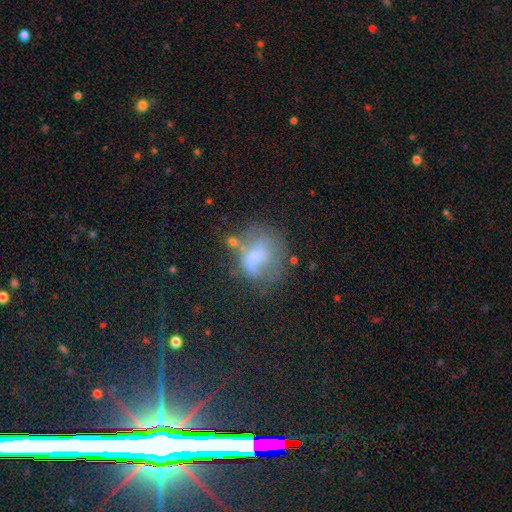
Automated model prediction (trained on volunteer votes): Smooth or featured?
  - smooth: 50% *
  - featured or disk: 35%
  - star or artifact: 16%
Merging?
  - none: 38% *
  - minor disturbance: 26%
  - major disturbance: 25%
  - merger: 11%